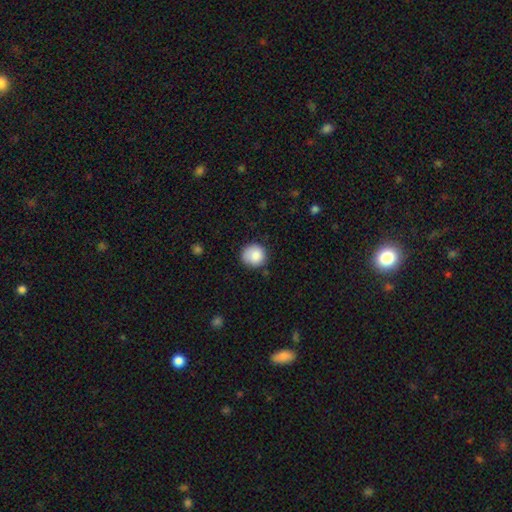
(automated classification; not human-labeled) A smooth galaxy with no disk features (87%) that is round (91%).

Vote fractions:
- Smooth or featured? smooth: 87% / star or artifact: 8% / featured or disk: 5%
- How rounded? round: 91% / in between: 8% / cigar-shaped: 1%
- Merging? none: 76% / minor disturbance: 18% / major disturbance: 4% / merger: 2%